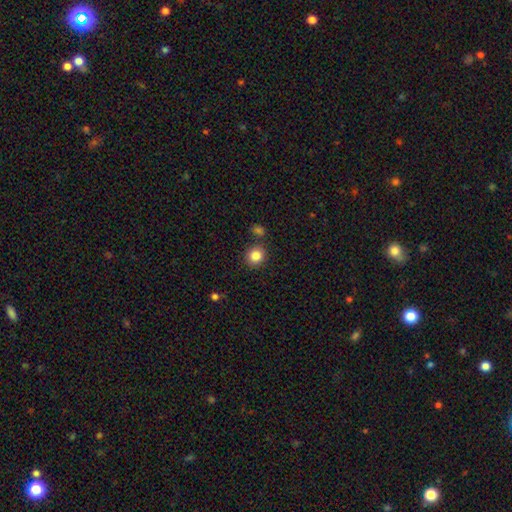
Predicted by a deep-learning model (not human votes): smooth_or_featured: smooth (p=0.84) [alt: star or artifact p=0.10]
how_rounded: round (p=0.84) [alt: in between p=0.15]
merging: none (p=0.82) [alt: minor disturbance p=0.08]